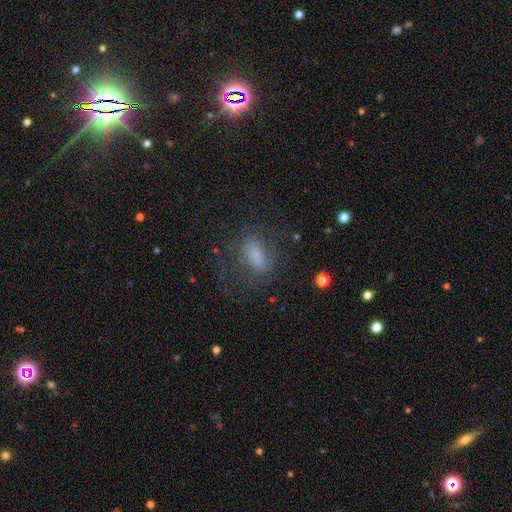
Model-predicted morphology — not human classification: Smooth or featured? Predicted: smooth (p=0.67). How rounded? Predicted: in between (p=0.70). Merging? Predicted: none (p=0.61).